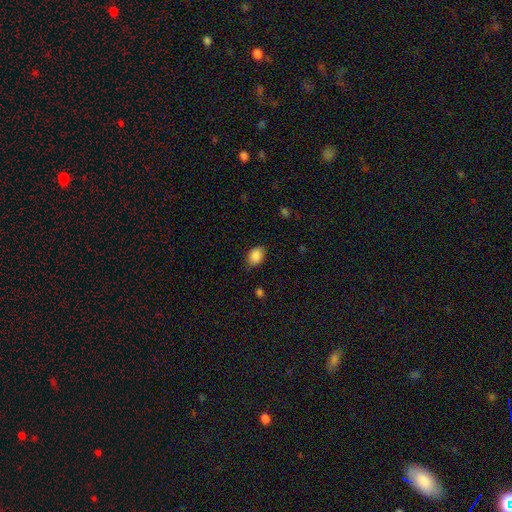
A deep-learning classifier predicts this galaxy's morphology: This is clearly a smooth galaxy (89%). How rounded: likely in between (80%). Merging: clearly none (82%).